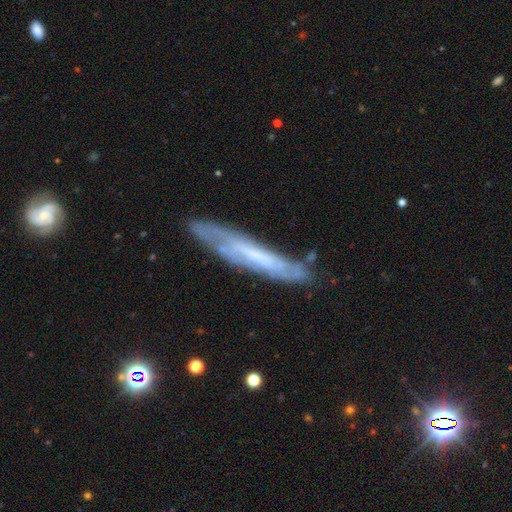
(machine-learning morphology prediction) type=featured or disk (61%); edge-on=yes (65%); merging=none (73%).